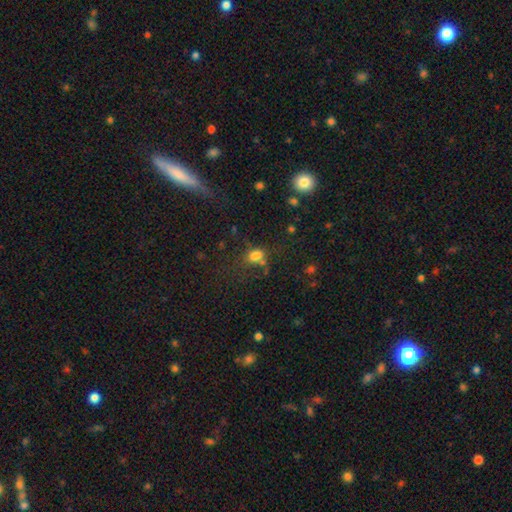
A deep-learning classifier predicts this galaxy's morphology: Q: Smooth or featured?
A: smooth (71%); runner-up: star or artifact (19%)
Q: How rounded?
A: in between (62%); runner-up: round (36%)
Q: Merging?
A: none (48%); runner-up: merger (20%)